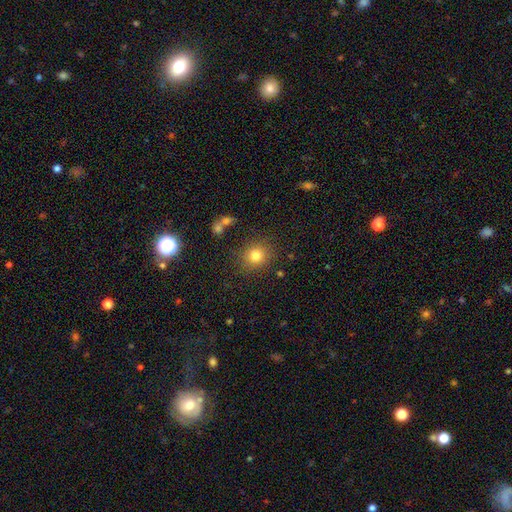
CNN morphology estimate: Smooth or featured? Predicted: smooth (p=0.80). How rounded? Predicted: round (p=0.81). Merging? Predicted: none (p=0.84).